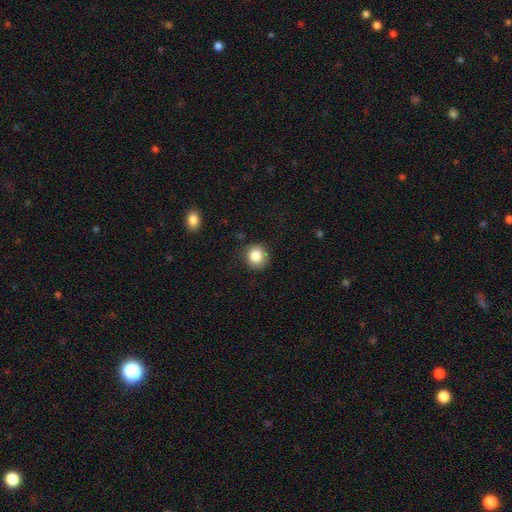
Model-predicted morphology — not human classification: Smooth or featured: smooth — 85% (star or artifact — 10%)
How rounded: round — 89% (in between — 11%)
Merging: none — 83% (minor disturbance — 12%)